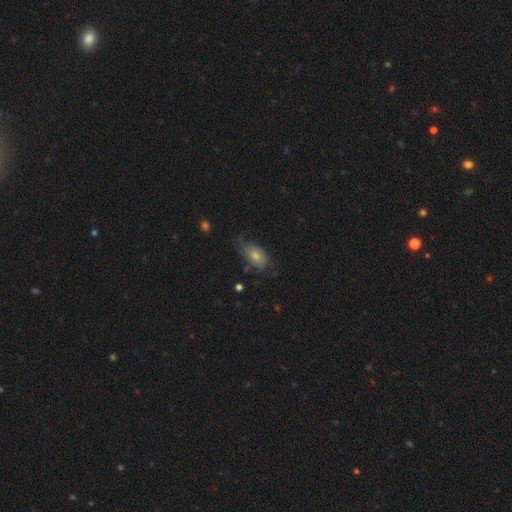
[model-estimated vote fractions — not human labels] smooth_or_featured: smooth (p=0.64) [alt: featured or disk p=0.28]
how_rounded: in between (p=0.90) [alt: round p=0.07]
merging: none (p=0.51) [alt: minor disturbance p=0.31]